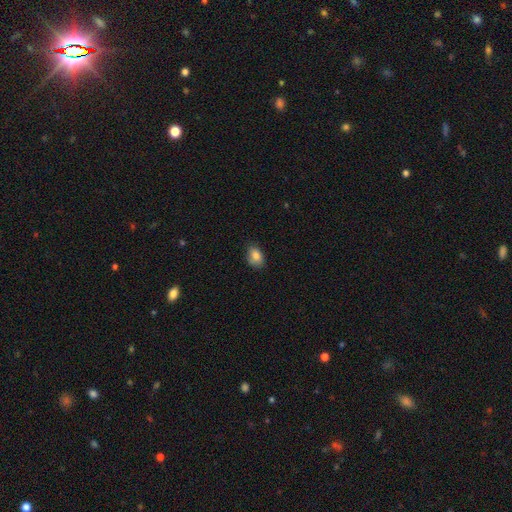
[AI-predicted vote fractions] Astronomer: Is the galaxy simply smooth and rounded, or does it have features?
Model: smooth — 83%.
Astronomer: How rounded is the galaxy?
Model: in between — 83%.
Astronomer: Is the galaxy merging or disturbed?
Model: none — 79%.